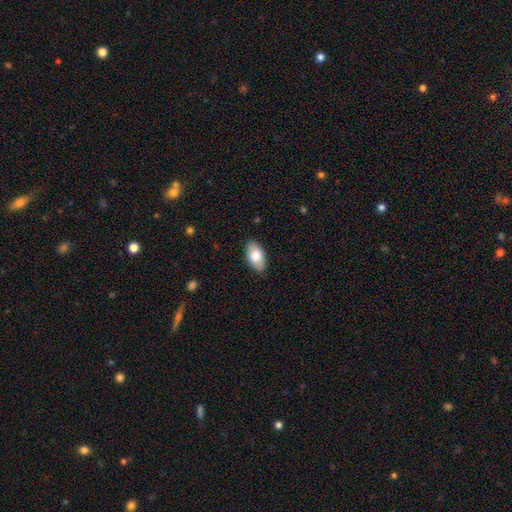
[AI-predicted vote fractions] smooth_or_featured: smooth (p=0.79) [alt: featured or disk p=0.15]
how_rounded: in between (p=0.94) [alt: round p=0.03]
merging: none (p=0.85) [alt: minor disturbance p=0.12]